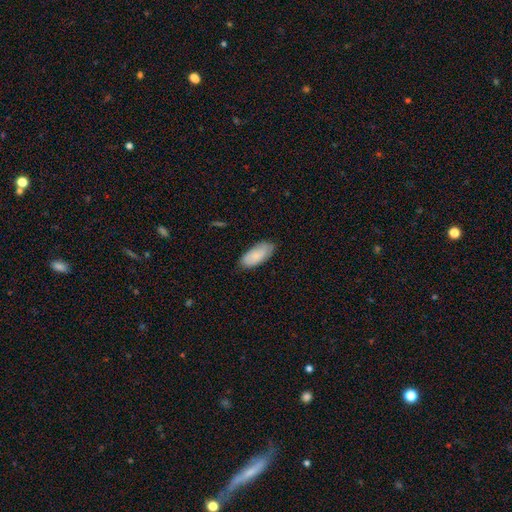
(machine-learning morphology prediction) smooth_or_featured: smooth (p=0.82) [alt: featured or disk p=0.12]
how_rounded: in between (p=0.90) [alt: cigar-shaped p=0.08]
merging: none (p=0.78) [alt: minor disturbance p=0.18]